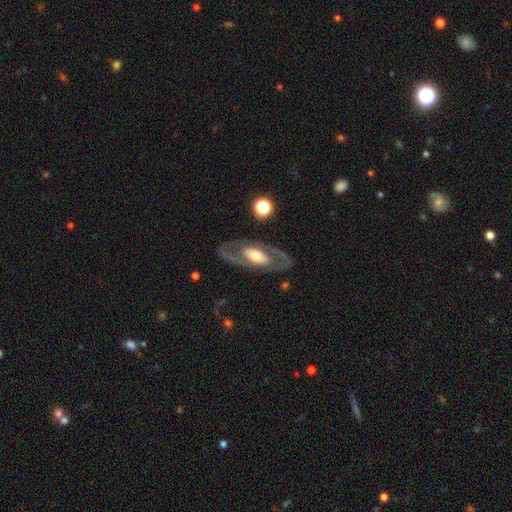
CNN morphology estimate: Q: Smooth or featured?
A: featured or disk (77%); runner-up: smooth (18%)
Q: Edge-on disk?
A: no (90%); runner-up: yes (10%)
Q: Bar?
A: no (56%); runner-up: weak (26%)
Q: Spiral arms?
A: yes (63%); runner-up: no (37%)
Q: Bulge size?
A: moderate (55%); runner-up: large (27%)
Q: Merging?
A: none (81%); runner-up: minor disturbance (11%)